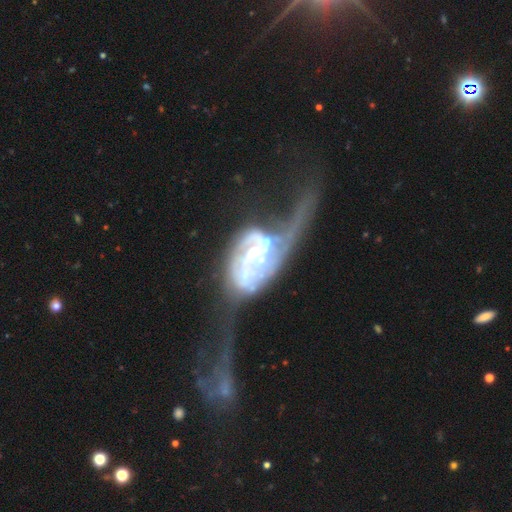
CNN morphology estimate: Smooth or featured?
  - featured or disk: 83% *
  - smooth: 9%
  - star or artifact: 7%
Edge-on disk?
  - no: 96% *
  - yes: 4%
Bar?
  - no: 59% *
  - weak: 28%
  - strong: 13%
Spiral arms?
  - yes: 83% *
  - no: 17%
Spiral winding?
  - loose: 49% *
  - medium: 30%
  - tight: 21%
Spiral arm count?
  - 2: 45% *
  - can't tell: 25%
  - 1: 13%
  - 3: 8%
  - 4: 4%
  - more than 4: 4%
Bulge size?
  - small: 47% *
  - moderate: 34%
  - none: 11%
  - large: 6%
  - dominant: 2%
Merging?
  - major disturbance: 43% *
  - merger: 34%
  - none: 14%
  - minor disturbance: 9%